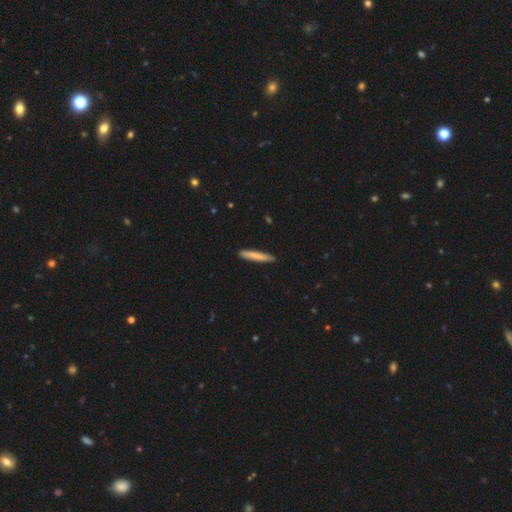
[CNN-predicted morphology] Overall: smooth (79%). How rounded: cigar-shaped (94%). Merging: none (90%).